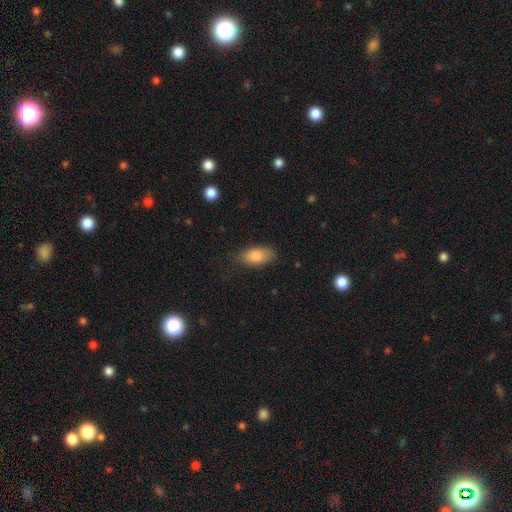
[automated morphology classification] A smooth galaxy with no disk features (84%) that is in between round and cigar-shaped (90%).

Vote fractions:
- Smooth or featured? smooth: 84% / featured or disk: 9% / star or artifact: 7%
- How rounded? in between: 90% / cigar-shaped: 6% / round: 4%
- Merging? none: 76% / minor disturbance: 18% / major disturbance: 5% / merger: 1%